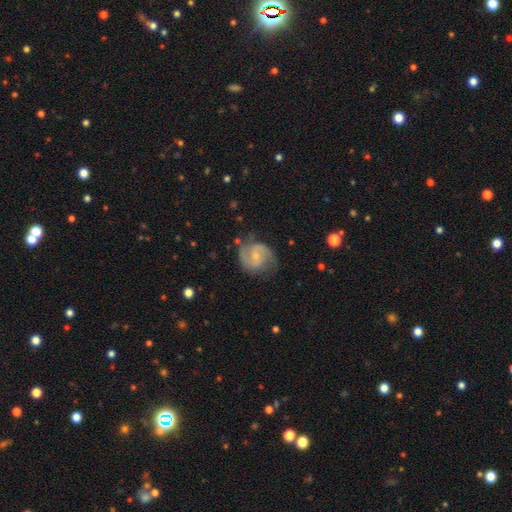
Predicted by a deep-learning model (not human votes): Smooth or featured? featured or disk (76%)
Edge-on disk? no (98%)
Bar? weak (46%)
Spiral arms? yes (93%)
Spiral winding? medium (53%)
Spiral arm count? 2 (86%)
Bulge size? small (62%)
Merging? none (69%)